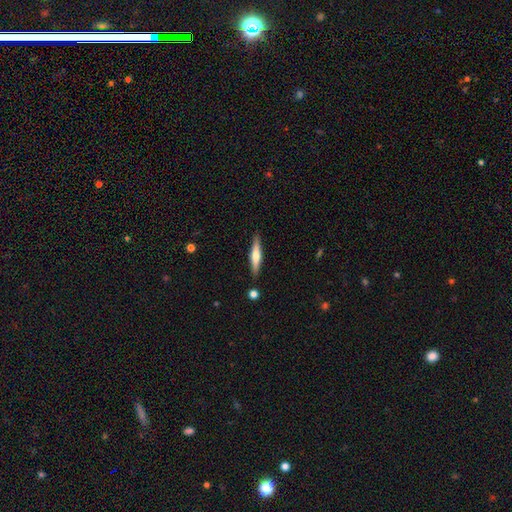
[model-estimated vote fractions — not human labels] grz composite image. It shows a featured or disk galaxy (51%) viewed edge-on (96%). Merging: none (88%).